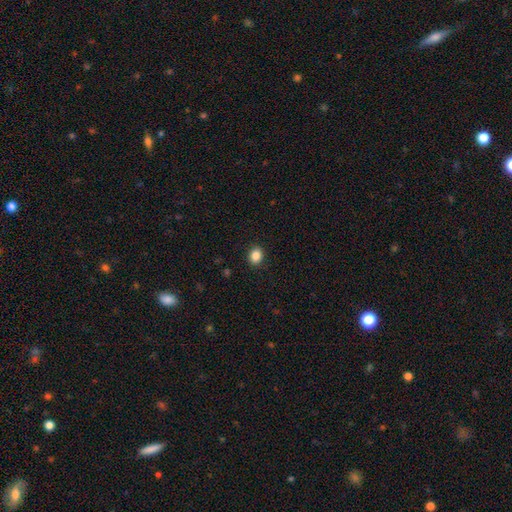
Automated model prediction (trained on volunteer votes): Smooth or featured: smooth — 86% (star or artifact — 10%)
How rounded: round — 54% (in between — 45%)
Merging: none — 91% (minor disturbance — 7%)